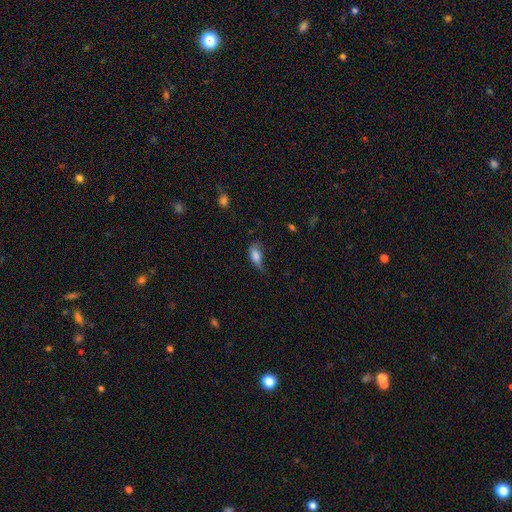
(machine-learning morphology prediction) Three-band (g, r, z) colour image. It shows a smooth galaxy with no disk features (81%) that is in between round and cigar-shaped (86%). Merging: minor disturbance (41%).